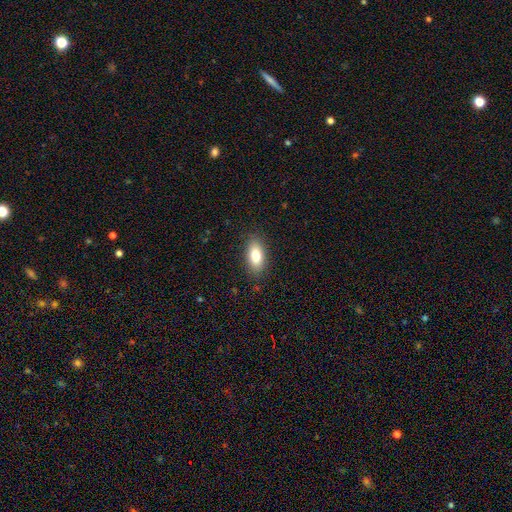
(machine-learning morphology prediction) A smooth galaxy with no disk features (80%) that is in between round and cigar-shaped (86%). Merging: none (87%).